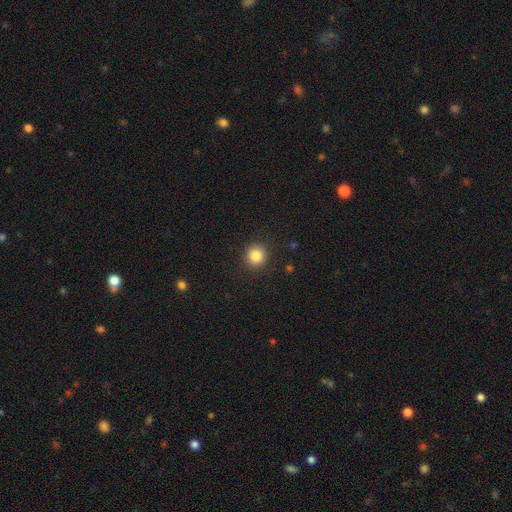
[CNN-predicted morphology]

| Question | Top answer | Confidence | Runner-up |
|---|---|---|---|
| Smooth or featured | smooth | 84% | star or artifact (11%) |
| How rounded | round | 92% | in between (7%) |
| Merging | none | 91% | minor disturbance (6%) |